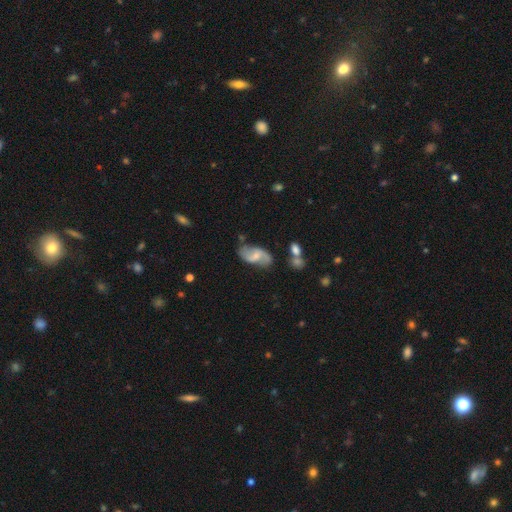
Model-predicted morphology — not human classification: Q: Smooth or featured?
A: featured or disk (67%); runner-up: smooth (26%)
Q: Edge-on disk?
A: no (96%); runner-up: yes (4%)
Q: Bar?
A: weak (49%); runner-up: no (36%)
Q: Spiral arms?
A: yes (89%); runner-up: no (11%)
Q: Spiral winding?
A: loose (63%); runner-up: medium (28%)
Q: Spiral arm count?
A: 2 (89%); runner-up: can't tell (6%)
Q: Bulge size?
A: small (52%); runner-up: moderate (35%)
Q: Merging?
A: none (69%); runner-up: minor disturbance (19%)